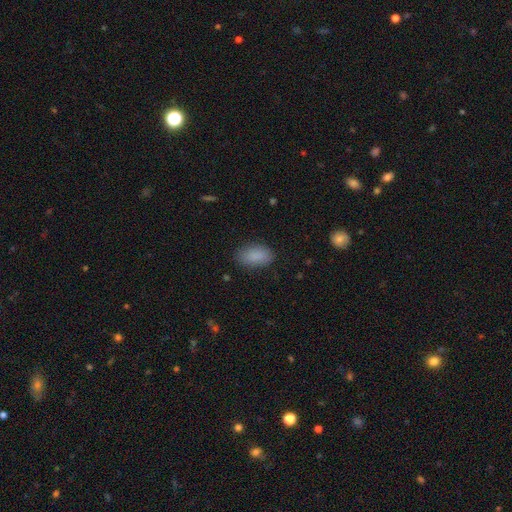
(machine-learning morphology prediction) smooth 88%, star or artifact 7%, featured or disk 5%. Down the decision tree: how rounded — in between (92%); merging — none (83%).